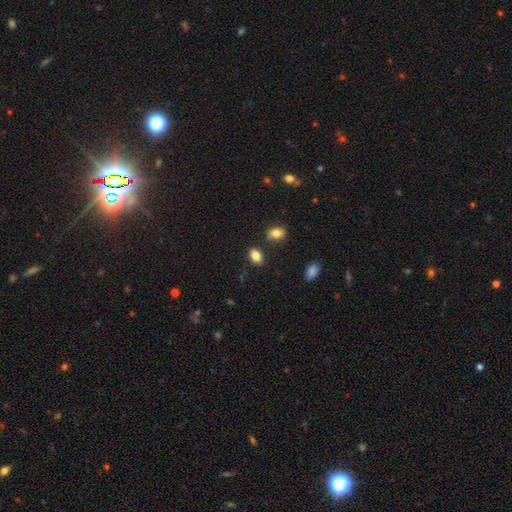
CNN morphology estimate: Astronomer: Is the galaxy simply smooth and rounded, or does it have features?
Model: smooth — 85%.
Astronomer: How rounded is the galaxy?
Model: in between — 87%.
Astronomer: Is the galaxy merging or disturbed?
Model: none — 80%.